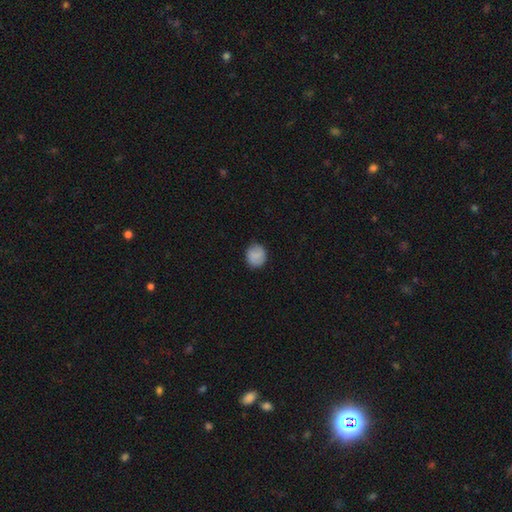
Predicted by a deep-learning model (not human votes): Smooth or featured? Predicted: smooth (p=0.84). How rounded? Predicted: round (p=0.85). Merging? Predicted: none (p=0.87).